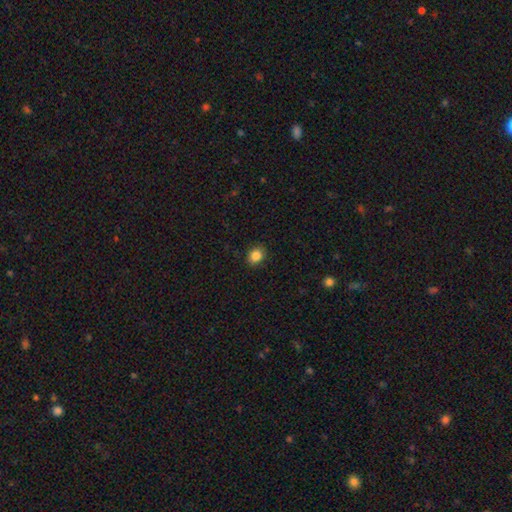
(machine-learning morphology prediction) smooth_or_featured: smooth (p=0.85) [alt: star or artifact p=0.10]
how_rounded: round (p=0.56) [alt: in between p=0.43]
merging: none (p=0.90) [alt: minor disturbance p=0.07]